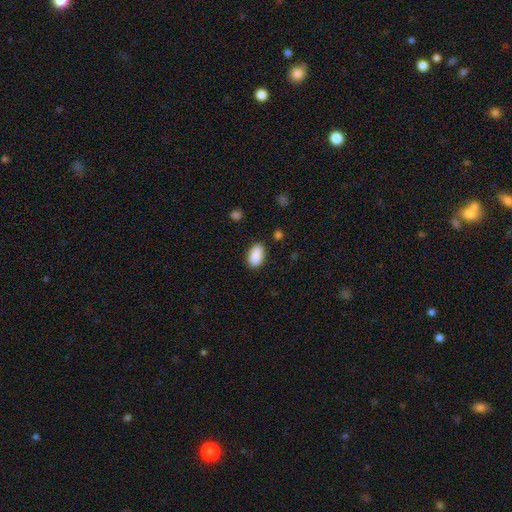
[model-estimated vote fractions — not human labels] A smooth galaxy with no disk features (90%) that is in between round and cigar-shaped (94%). Merging: none (85%).